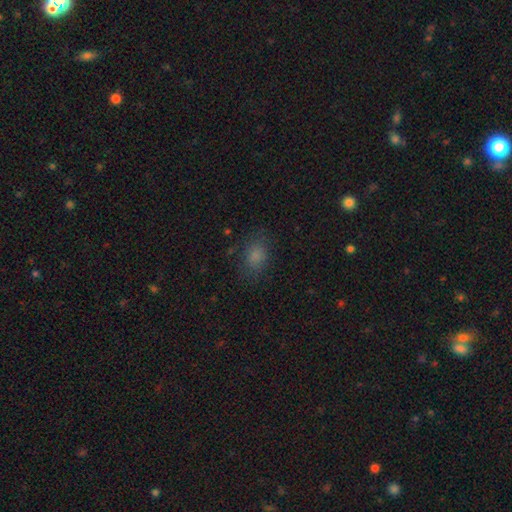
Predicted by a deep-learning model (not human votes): smooth 79%, star or artifact 14%, featured or disk 7%. Down the decision tree: how rounded — in between (67%); merging — none (76%).